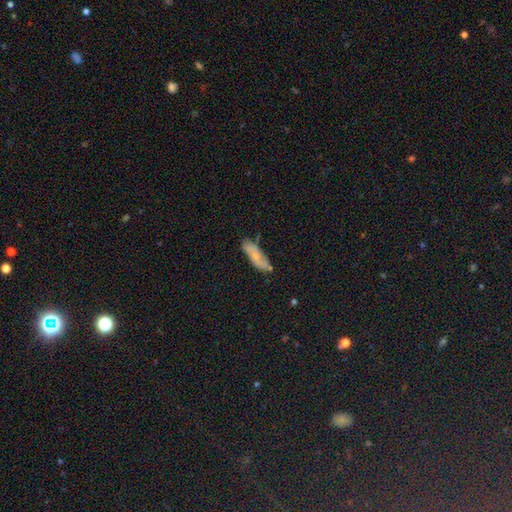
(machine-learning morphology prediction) Overall: smooth (56%; featured or disk 36%). How rounded: cigar-shaped (52%; in between 46%). Merging: none (71%).